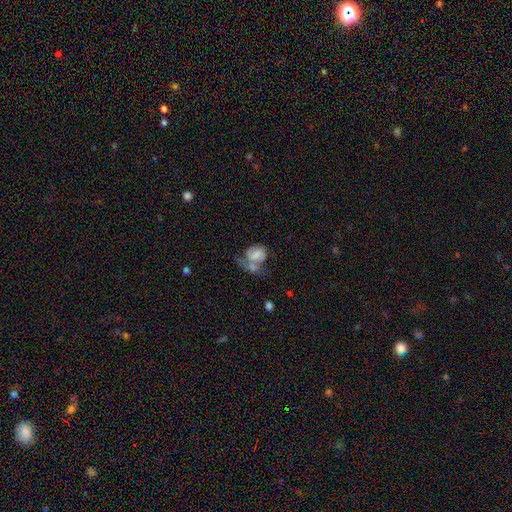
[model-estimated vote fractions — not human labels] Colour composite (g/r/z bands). It shows a featured or disk galaxy (54%) with no bar (57%), spiral arms (79%) and a moderate central bulge (29%, tied with small). Merging: merger (34%).